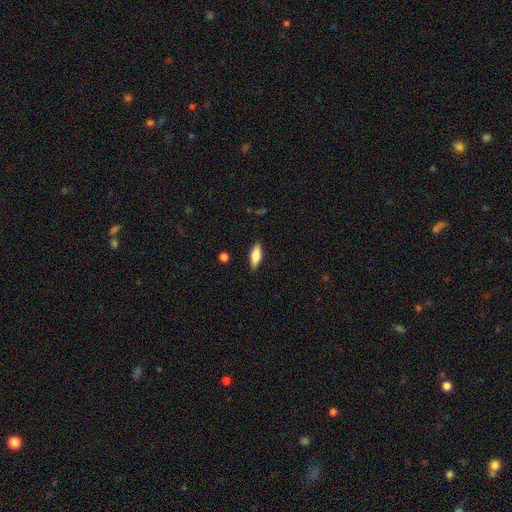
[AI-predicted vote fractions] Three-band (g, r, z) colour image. It shows a smooth galaxy with no disk features (74%) that is in between round and cigar-shaped (70%). Merging: none (87%).